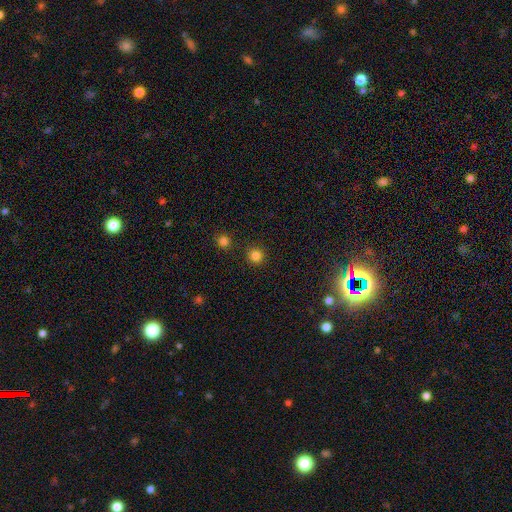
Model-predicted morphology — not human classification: Smooth or featured? smooth (83%)
How rounded? round (95%)
Merging? none (91%)